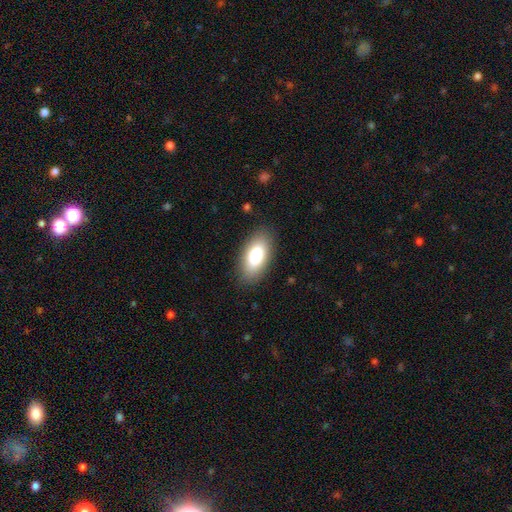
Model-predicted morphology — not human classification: A smooth galaxy with no disk features (83%) that is in between round and cigar-shaped (92%). Merging: none (86%).